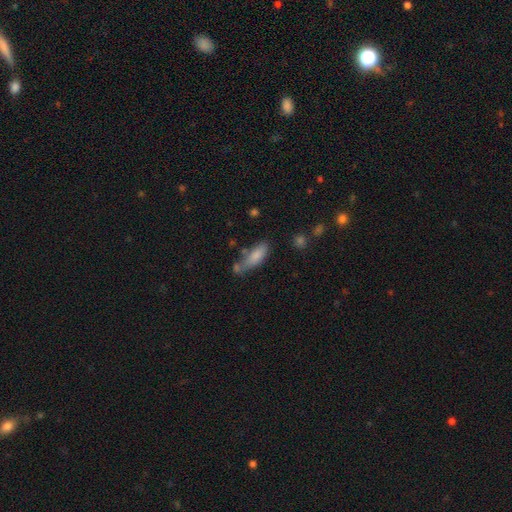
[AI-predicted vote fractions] smooth 80%, featured or disk 12%, star or artifact 7%. Down the decision tree: how rounded — in between (59%); merging — none (50%).